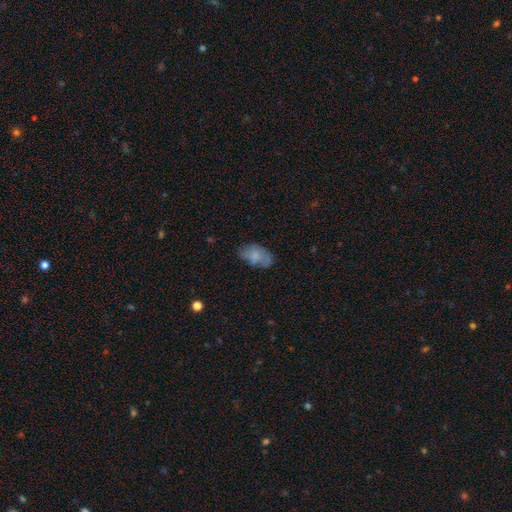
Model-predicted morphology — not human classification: type=smooth (70%); roundness=in between (91%); merging=none (61%).